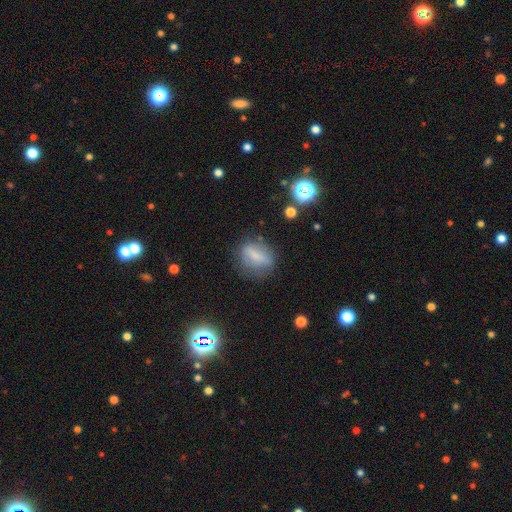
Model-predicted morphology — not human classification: Smooth or featured? smooth (59%)
How rounded? in between (56%)
Merging? none (65%)